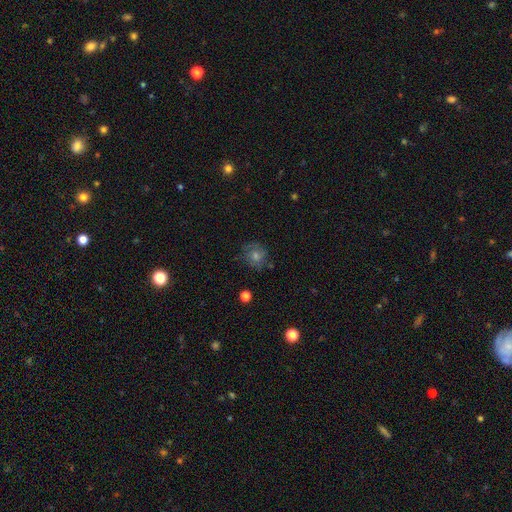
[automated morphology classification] smooth 43%, featured or disk 34%, star or artifact 22%. Down the decision tree: merging — none (76%).